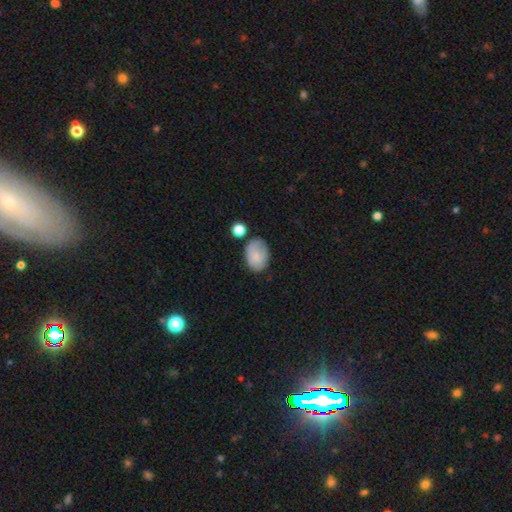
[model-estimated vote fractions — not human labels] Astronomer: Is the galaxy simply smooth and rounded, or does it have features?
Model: smooth — 76%.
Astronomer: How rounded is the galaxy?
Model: in between — 79%.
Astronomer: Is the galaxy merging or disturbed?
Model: none — 66%.